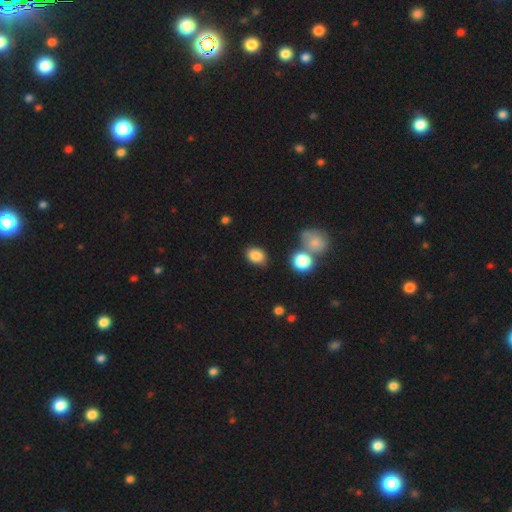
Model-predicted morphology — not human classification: This appears to be a smooth galaxy with no disk features (85%) that is in between round and cigar-shaped (71%). Merging: none (79%).